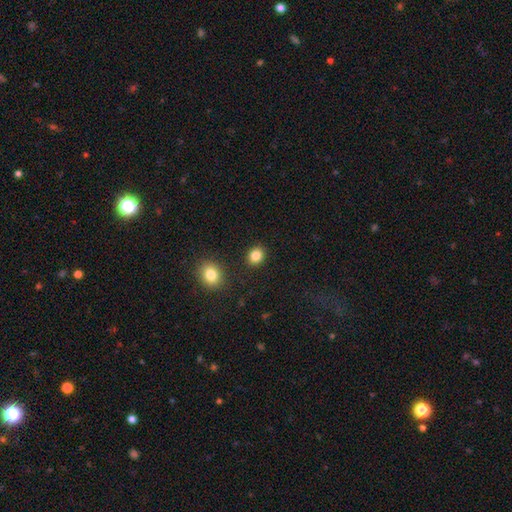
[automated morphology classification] Smooth or featured? Predicted: smooth (p=0.84). How rounded? Predicted: round (p=0.62). Merging? Predicted: none (p=0.88).